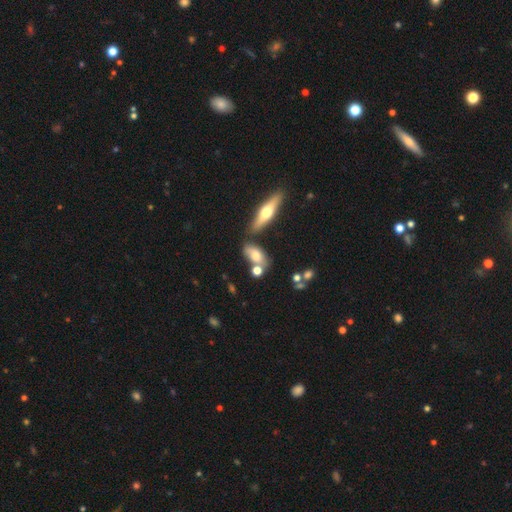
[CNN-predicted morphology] Overall: smooth (65%; featured or disk 26%). How rounded: in between (79%). Merging: none (54%; merger 22%).